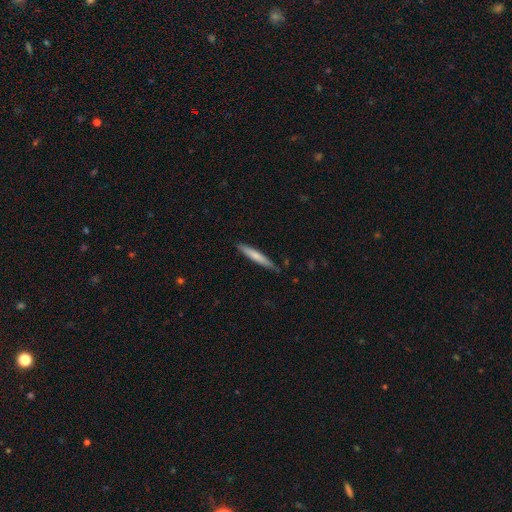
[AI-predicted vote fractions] A smooth galaxy with no disk features (68%) that is cigar-shaped (94%). Merging: none (84%).